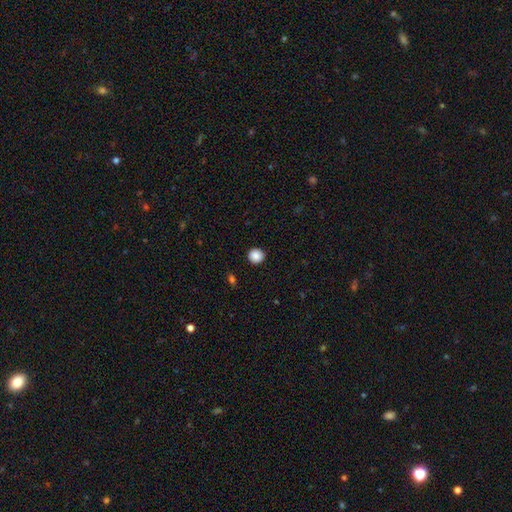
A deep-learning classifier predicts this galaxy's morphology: The model was most divided on "smooth or featured": smooth: 88%, star or artifact: 9%, featured or disk: 3%. More confident: merging — none (92%); how rounded — round (91%).